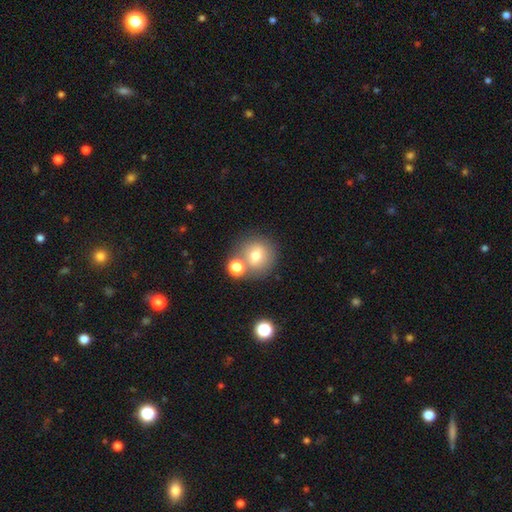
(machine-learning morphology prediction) Smooth or featured?
  - smooth: 71% *
  - featured or disk: 17%
  - star or artifact: 12%
How rounded?
  - round: 88% *
  - in between: 11%
  - cigar-shaped: 1%
Merging?
  - none: 63% *
  - merger: 22%
  - minor disturbance: 10%
  - major disturbance: 4%